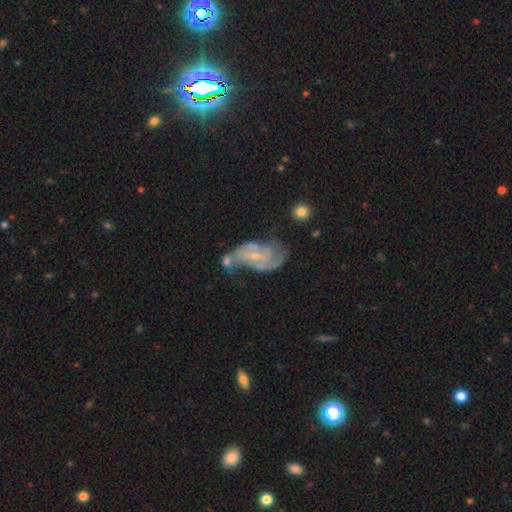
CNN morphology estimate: The model was most divided on "bar": no: 44%, weak: 43%, strong: 13%. Remaining: edge-on disk — no (96%); spiral arms — yes (91%); smooth or featured — featured or disk (80%); bulge size — small (68%); spiral arm count — 2 (48%); spiral winding — tight (43%); merging — none (37%).